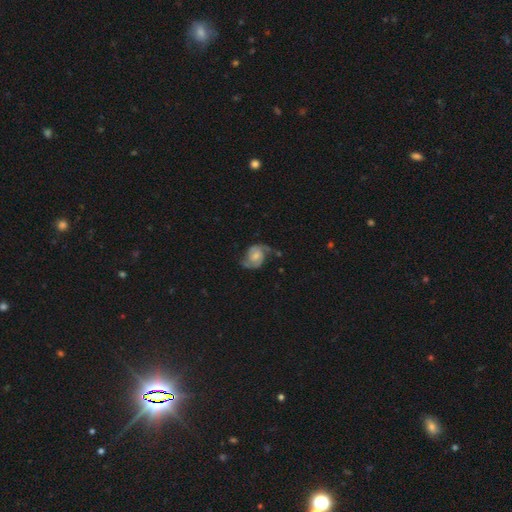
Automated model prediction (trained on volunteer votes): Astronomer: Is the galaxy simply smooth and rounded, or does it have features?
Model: featured or disk — 82%.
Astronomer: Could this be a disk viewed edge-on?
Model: no — 98%.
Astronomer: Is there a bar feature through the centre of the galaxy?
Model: no — 58% (runner-up: weak, 35%).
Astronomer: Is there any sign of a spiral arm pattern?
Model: yes — 96%.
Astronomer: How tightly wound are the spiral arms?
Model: medium — 48% (runner-up: tight, 30%).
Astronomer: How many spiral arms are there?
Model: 2 — 90%.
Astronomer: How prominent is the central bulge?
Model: moderate — 43% (runner-up: small, 39%).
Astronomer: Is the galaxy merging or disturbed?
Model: none — 64%.